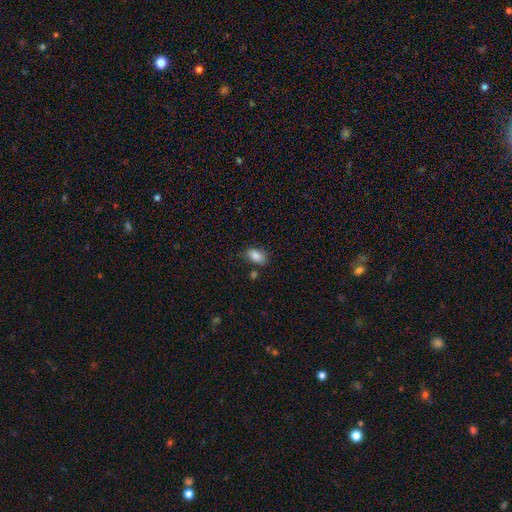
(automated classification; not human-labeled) smooth_or_featured: smooth (p=0.86) [alt: star or artifact p=0.08]
how_rounded: in between (p=0.89) [alt: round p=0.09]
merging: none (p=0.68) [alt: minor disturbance p=0.21]